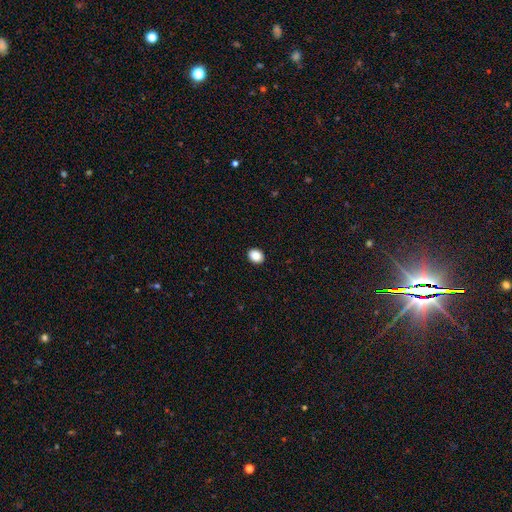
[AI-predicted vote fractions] Q: Smooth or featured?
A: smooth (89%); runner-up: star or artifact (9%)
Q: How rounded?
A: round (50%); runner-up: in between (49%)
Q: Merging?
A: none (92%); runner-up: minor disturbance (6%)